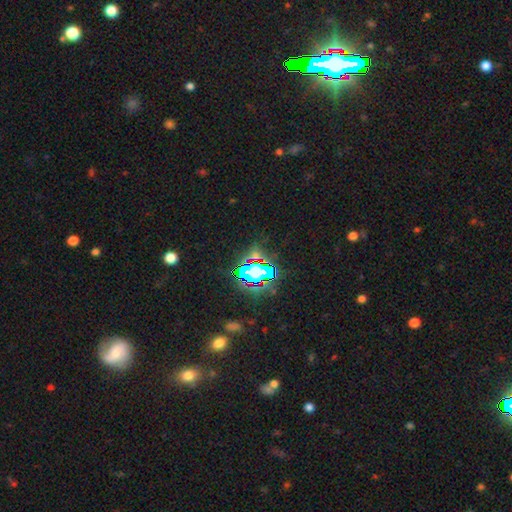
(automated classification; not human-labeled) smooth_or_featured: star or artifact (p=0.71) [alt: smooth p=0.18]